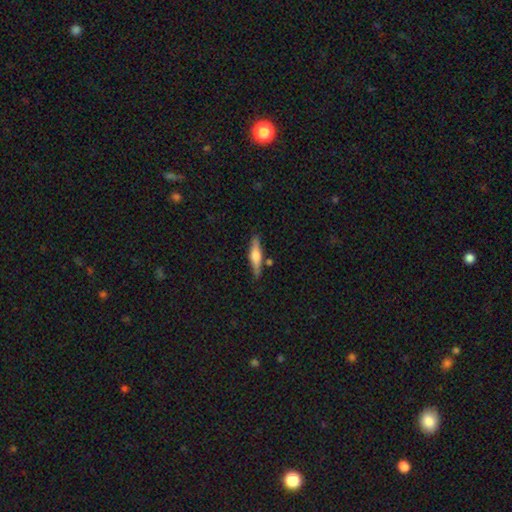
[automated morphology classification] The model was most divided on "smooth or featured": featured or disk: 48%, smooth: 46%, star or artifact: 6%. More confident: merging — none (83%).